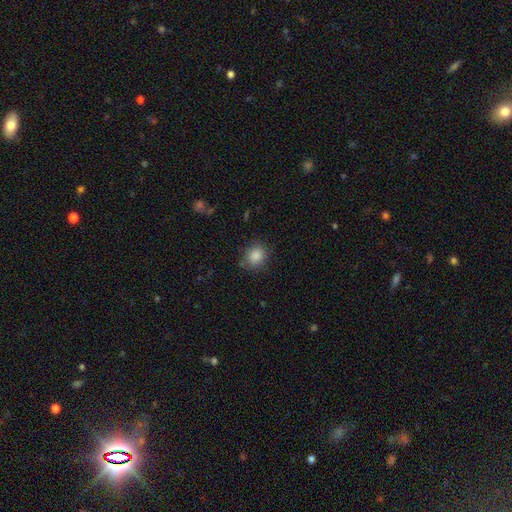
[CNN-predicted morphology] Overall: smooth (86%). How rounded: round (75%). Merging: none (83%).